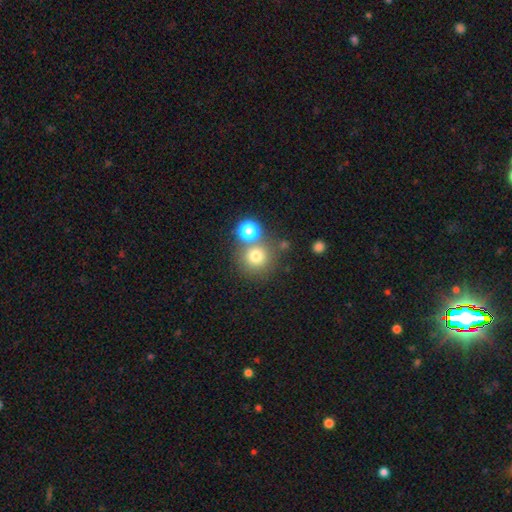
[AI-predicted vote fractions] Morphology: type=smooth (74%); roundness=round (93%); merging=none (68%).